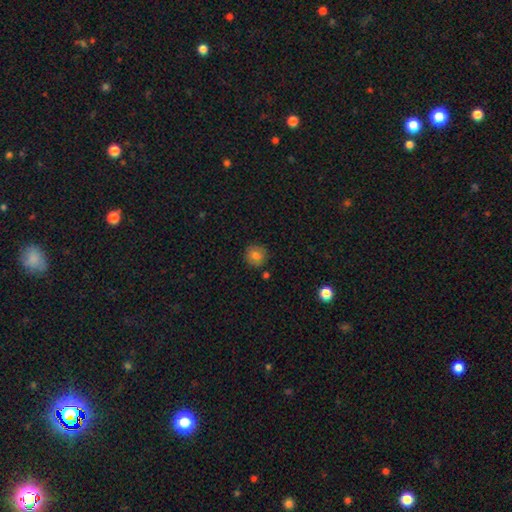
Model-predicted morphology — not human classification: smooth_or_featured: smooth (p=0.81) [alt: star or artifact p=0.10]
how_rounded: round (p=0.93) [alt: in between p=0.06]
merging: none (p=0.86) [alt: minor disturbance p=0.09]